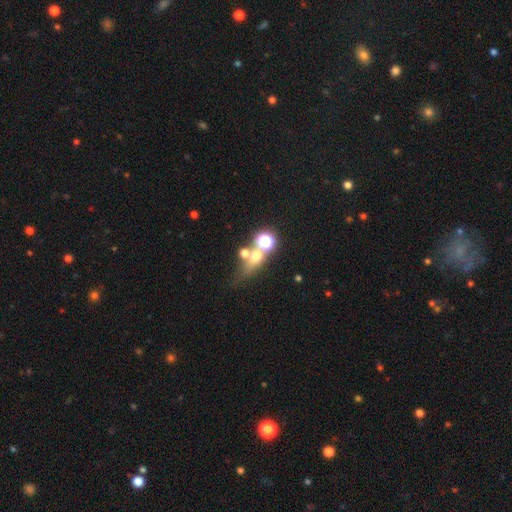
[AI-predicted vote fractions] This appears to be a smooth galaxy with no disk features (52%) that is round (54%). Merging: merger (40%).